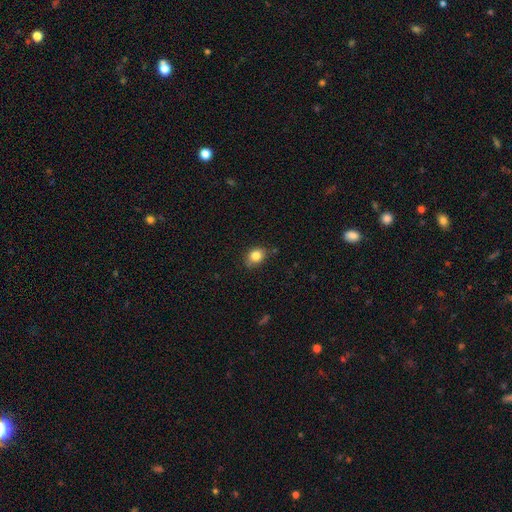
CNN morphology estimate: The model was most divided on "how rounded": in between: 50%, round: 49%, cigar-shaped: 1%. More confident: smooth or featured — smooth (83%); merging — none (76%).